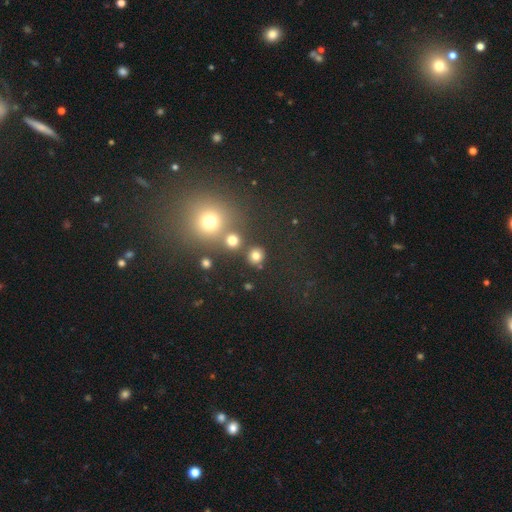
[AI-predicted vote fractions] A smooth galaxy with no disk features (76%) that is round (90%). Merging: none (81%).